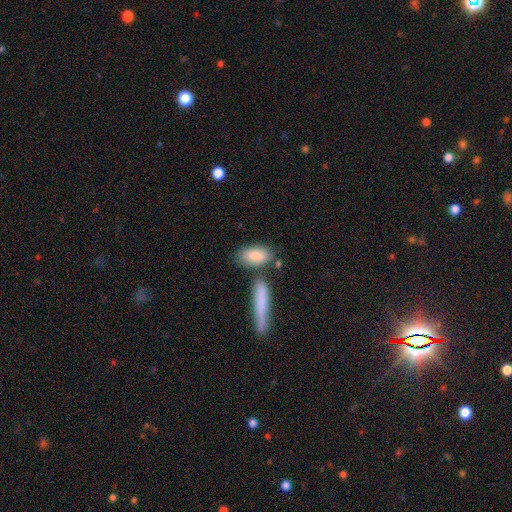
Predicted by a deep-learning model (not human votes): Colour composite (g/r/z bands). It shows a smooth galaxy with no disk features (84%) that is in between round and cigar-shaped (85%). Merging: none (64%).